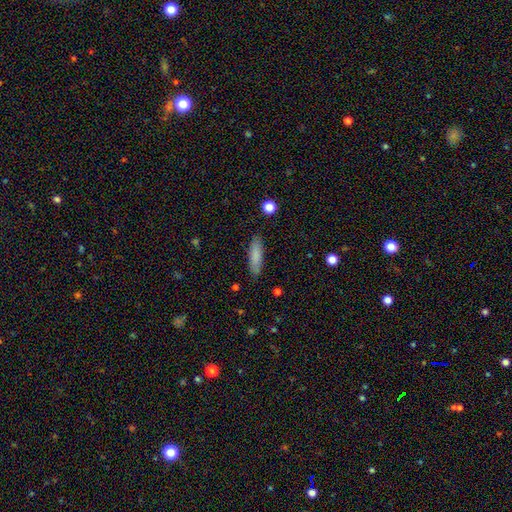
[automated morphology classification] smooth_or_featured: smooth (p=0.83) [alt: featured or disk p=0.10]
how_rounded: cigar-shaped (p=0.60) [alt: in between p=0.38]
merging: none (p=0.87) [alt: minor disturbance p=0.10]